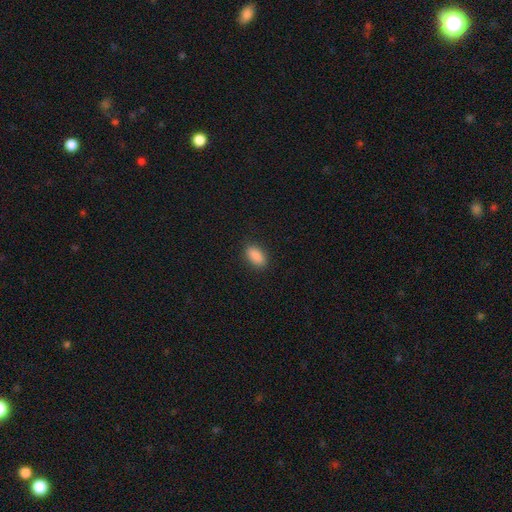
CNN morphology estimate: type=smooth (89%); roundness=in between (90%); merging=none (88%).